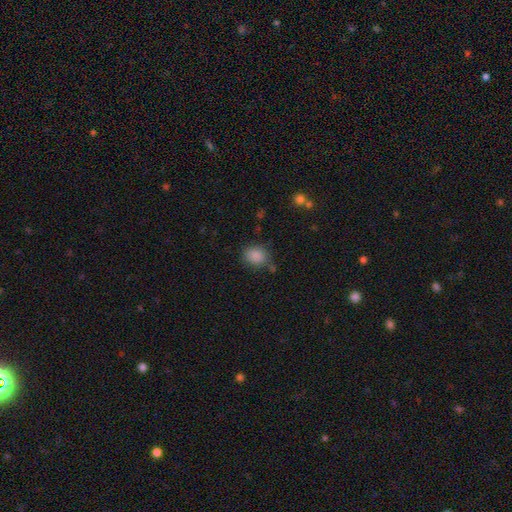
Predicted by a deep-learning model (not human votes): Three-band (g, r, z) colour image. It shows a smooth galaxy with no disk features (87%) that is round (60%). Merging: none (76%).